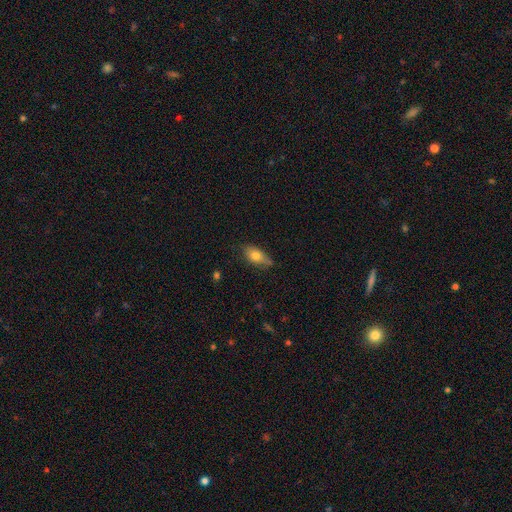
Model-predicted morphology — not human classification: This appears to be a smooth galaxy with no disk features (71%) that is in between round and cigar-shaped (81%). Merging: none (64%).